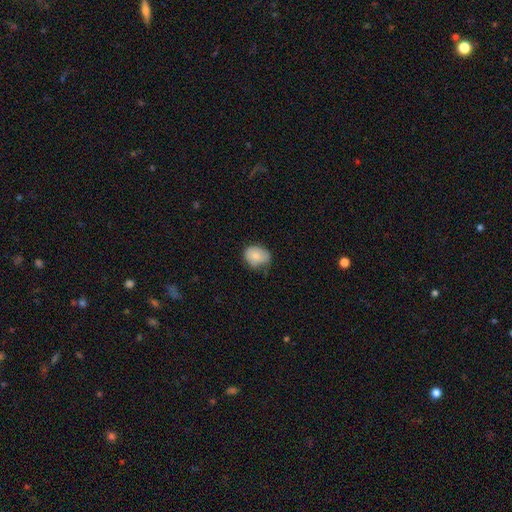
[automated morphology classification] Smooth or featured: smooth — 80% (featured or disk — 12%)
How rounded: in between — 51% (round — 48%)
Merging: none — 54% (minor disturbance — 36%)